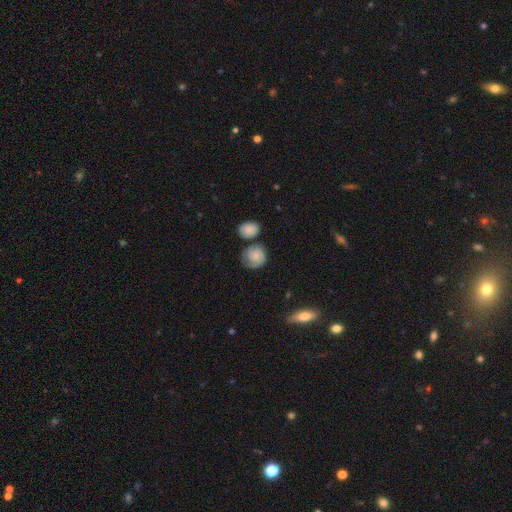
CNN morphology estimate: Smooth or featured: smooth — 59% (featured or disk — 33%)
How rounded: round — 73% (in between — 25%)
Merging: none — 55% (minor disturbance — 24%)